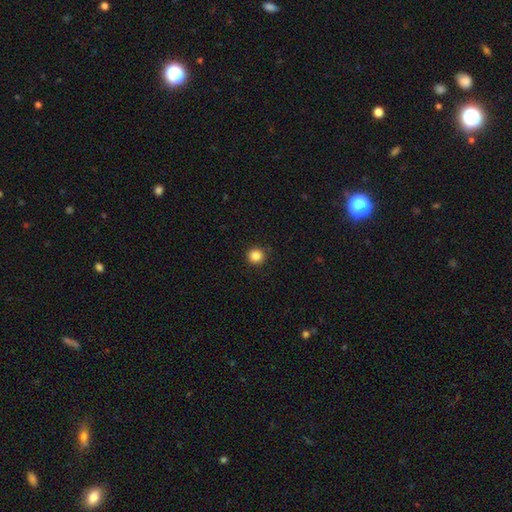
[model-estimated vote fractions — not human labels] smooth 85%, star or artifact 11%, featured or disk 4%. Down the decision tree: how rounded — round (94%); merging — none (93%).